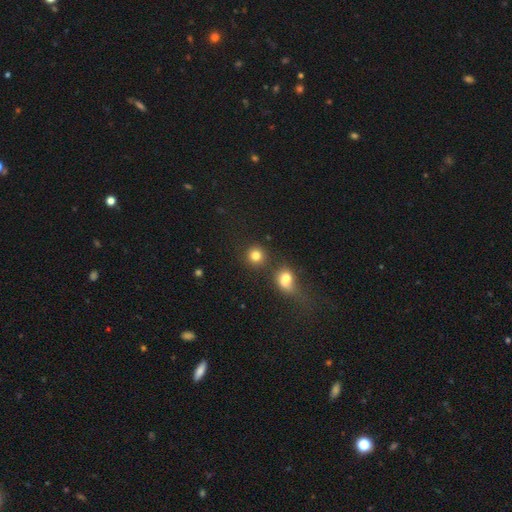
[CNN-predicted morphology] smooth_or_featured: smooth (p=0.81) [alt: star or artifact p=0.12]
how_rounded: round (p=0.90) [alt: in between p=0.09]
merging: none (p=0.75) [alt: merger p=0.14]